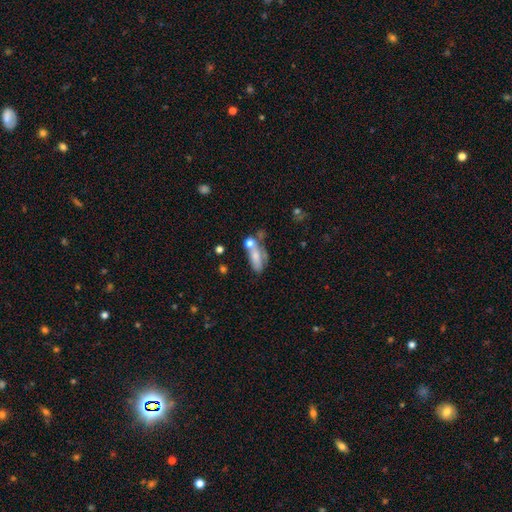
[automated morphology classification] Smooth or featured? Predicted: smooth (p=0.64). How rounded? Predicted: in between (p=0.73). Merging? Predicted: merger (p=0.33).